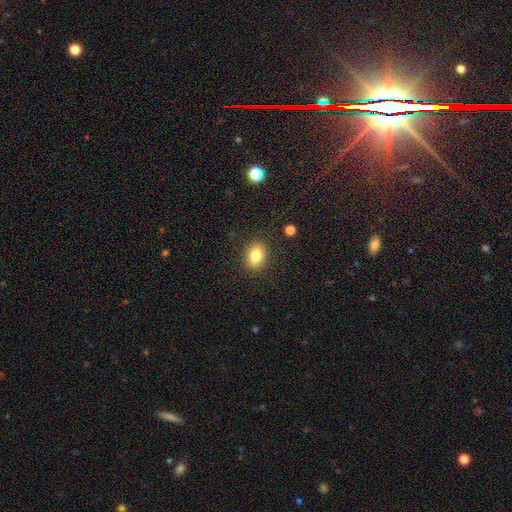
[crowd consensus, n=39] Volunteers were most divided on "merging": none: 79%, minor disturbance: 18%, major disturbance: 3%, merger: 0%. More confident: smooth or featured — smooth (95%); how rounded — in between (81%).